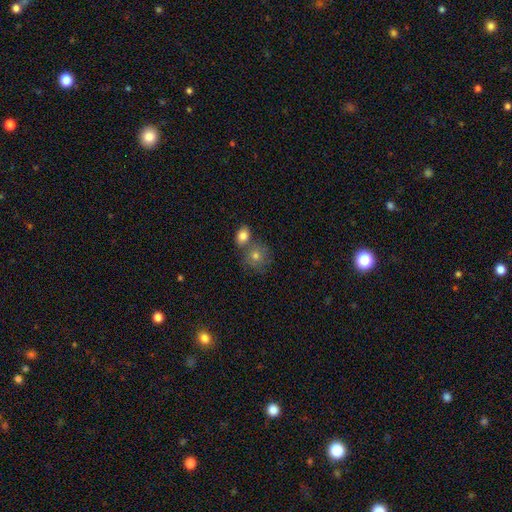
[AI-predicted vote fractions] Morphology: type=smooth (76%); roundness=round (79%); merging=none (54%).